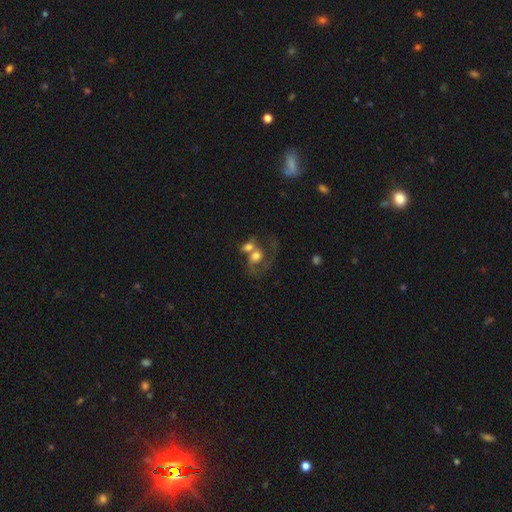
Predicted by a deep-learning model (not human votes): Smooth or featured: featured or disk — 51% (smooth — 40%)
Edge-on disk: no — 97% (yes — 3%)
Merging: merger — 67% (none — 13%)